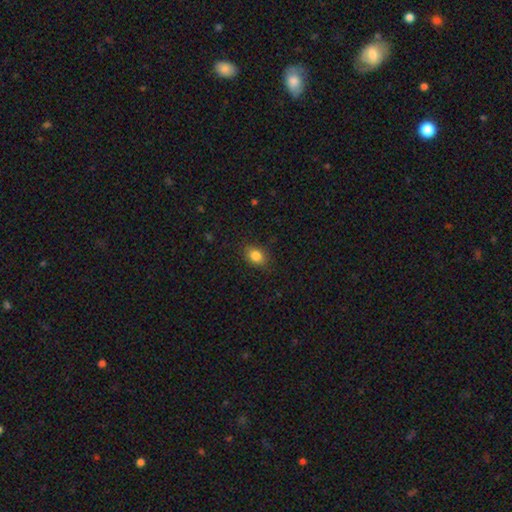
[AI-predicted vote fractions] This is clearly a smooth galaxy (85%). How rounded: likely in between (66%). Merging: clearly none (86%).